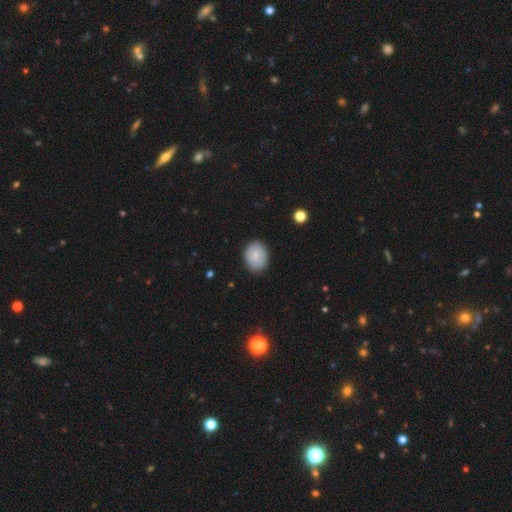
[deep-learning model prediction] This appears to be a smooth galaxy with no disk features (75%) that is round (50%). Merging: none (83%).